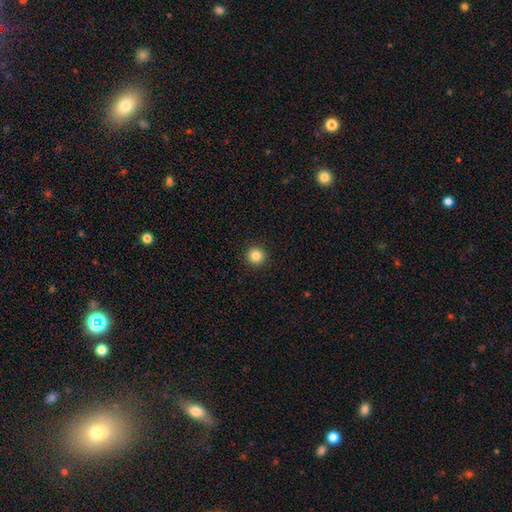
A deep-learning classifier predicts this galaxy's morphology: Overall: smooth (85%). How rounded: round (96%). Merging: none (94%).